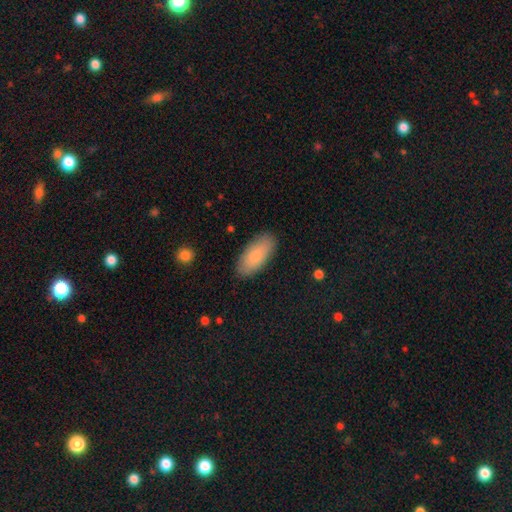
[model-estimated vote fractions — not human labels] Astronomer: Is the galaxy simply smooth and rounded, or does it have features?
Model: smooth — 83%.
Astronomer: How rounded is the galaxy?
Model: in between — 88%.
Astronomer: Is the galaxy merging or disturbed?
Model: none — 87%.